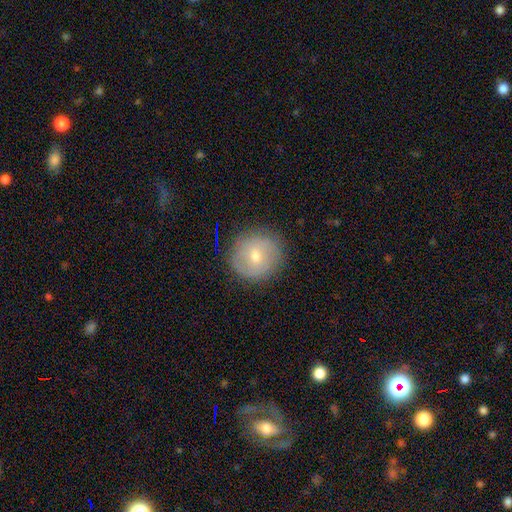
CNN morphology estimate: Q: Smooth or featured?
A: smooth (54%); runner-up: featured or disk (36%)
Q: How rounded?
A: round (93%); runner-up: in between (6%)
Q: Merging?
A: none (85%); runner-up: minor disturbance (10%)